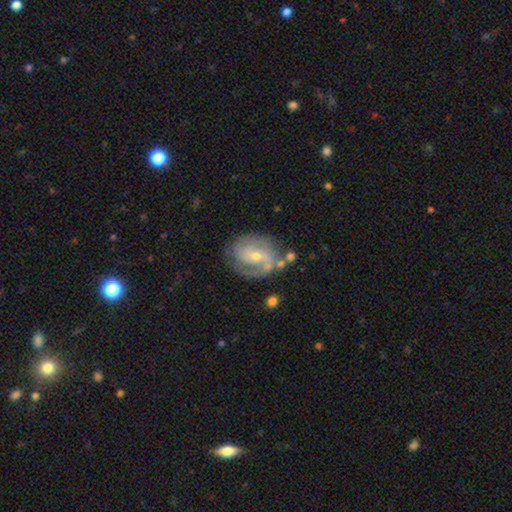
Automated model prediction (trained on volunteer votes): Smooth or featured? Predicted: featured or disk (p=0.79). Edge-on disk? Predicted: no (p=0.97). Bar? Predicted: no (p=0.44). Spiral arms? Predicted: yes (p=0.90). Spiral winding? Predicted: medium (p=0.43). Spiral arm count? Predicted: 2 (p=0.65). Bulge size? Predicted: small (p=0.56). Merging? Predicted: none (p=0.66).